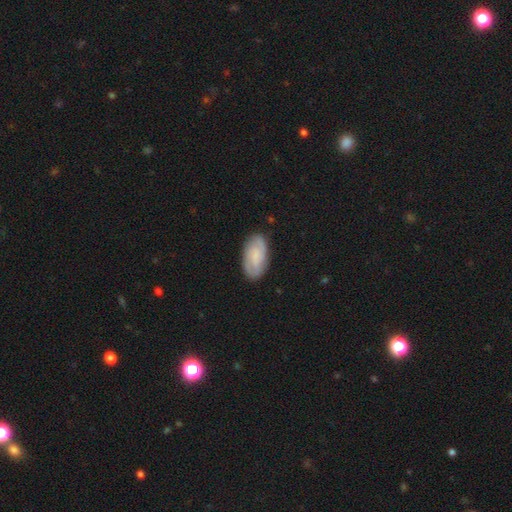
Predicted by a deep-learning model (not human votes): Smooth or featured? smooth (48%)
Merging? none (83%)